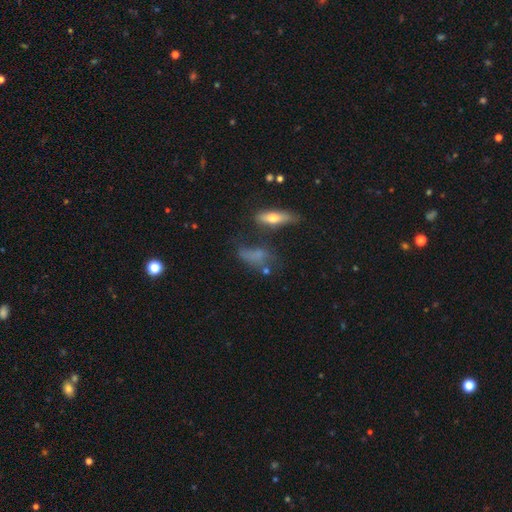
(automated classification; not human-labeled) Smooth or featured? smooth (55%)
How rounded? in between (64%)
Merging? none (41%)